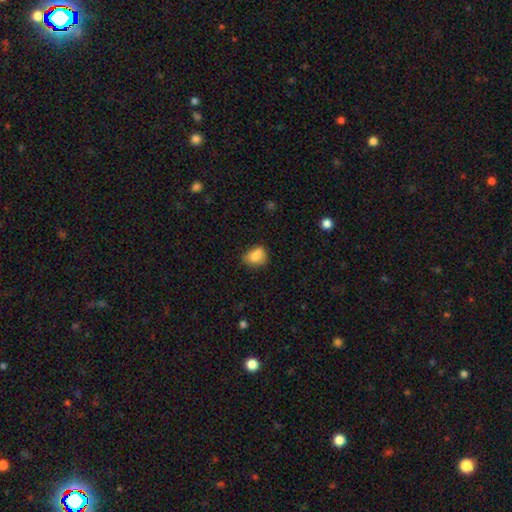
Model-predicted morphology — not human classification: type=smooth (80%); roundness=in between (52%); merging=none (53%).